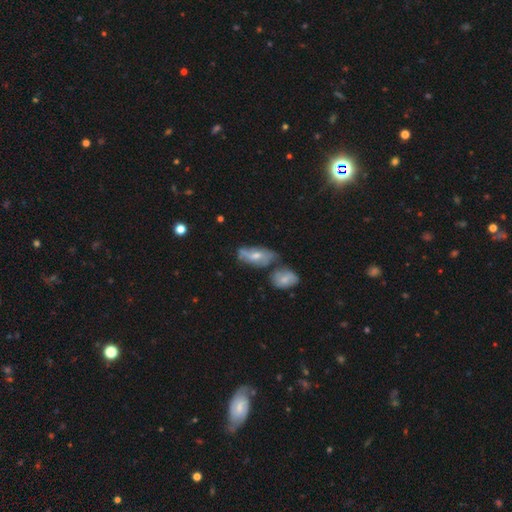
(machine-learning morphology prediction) A featured or disk galaxy (55%).

Vote fractions:
- Smooth or featured? featured or disk: 55% / smooth: 33% / star or artifact: 12%
- Edge-on disk? no: 85% / yes: 15%
- Merging? none: 46% / merger: 24% / minor disturbance: 20% / major disturbance: 9%